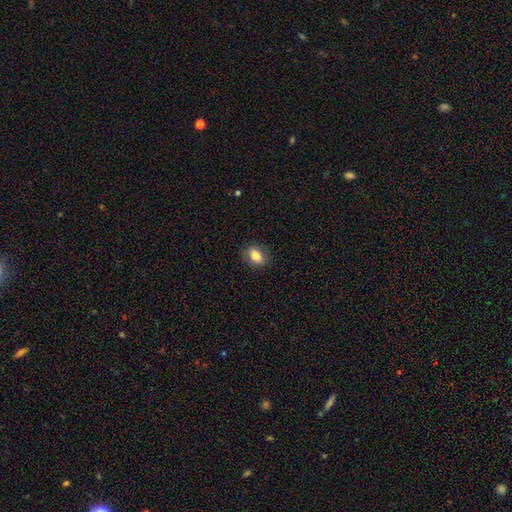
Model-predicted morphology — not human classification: Q: Smooth or featured?
A: smooth (83%); runner-up: featured or disk (8%)
Q: How rounded?
A: in between (72%); runner-up: round (26%)
Q: Merging?
A: none (87%); runner-up: minor disturbance (10%)